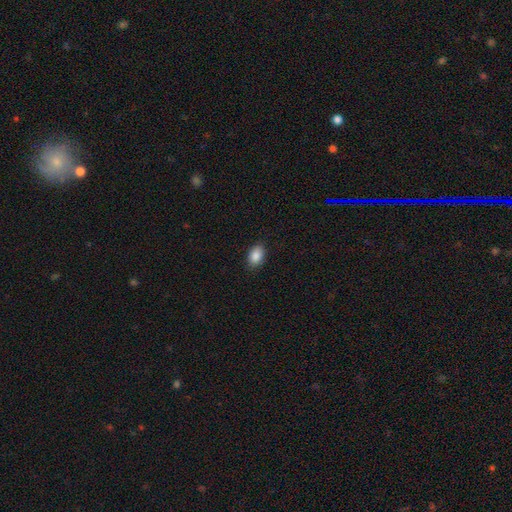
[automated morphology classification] smooth 88%, star or artifact 8%, featured or disk 4%. Down the decision tree: how rounded — in between (86%); merging — none (87%).